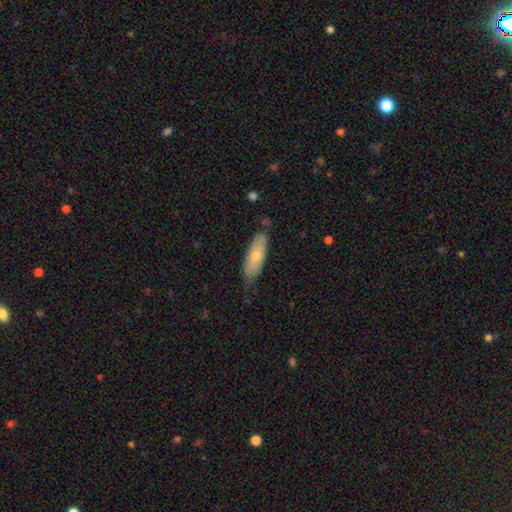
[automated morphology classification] Smooth or featured: smooth — 64% (featured or disk — 30%)
How rounded: in between — 58% (cigar-shaped — 40%)
Merging: none — 72% (minor disturbance — 22%)